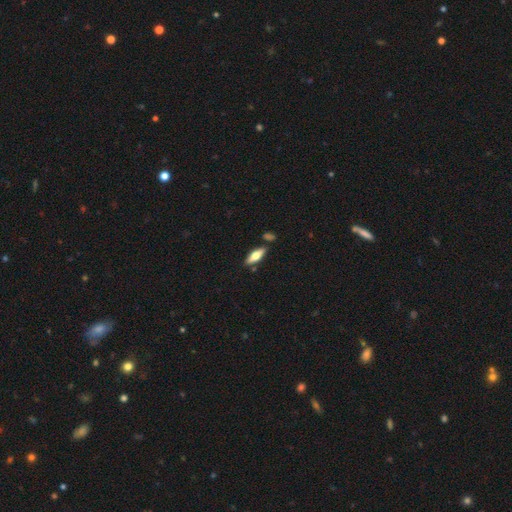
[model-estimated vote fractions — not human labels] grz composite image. It shows a smooth galaxy with no disk features (54%) that is in between round and cigar-shaped (58%). Merging: none (81%).